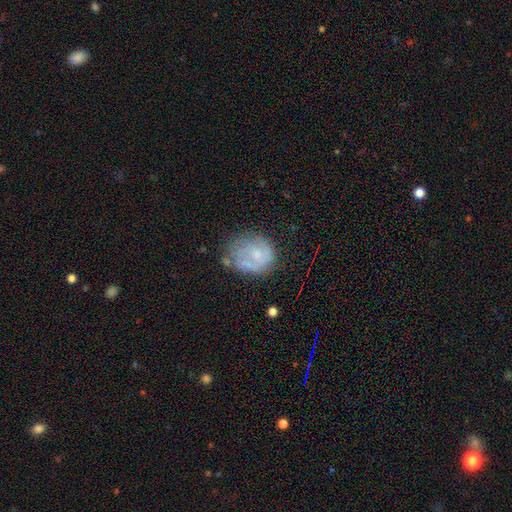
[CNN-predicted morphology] The model was most divided on "spiral arms": no: 52%, yes: 48%. Remaining: edge-on disk — no (98%); bar — no (72%); smooth or featured — featured or disk (52%); merging — none (47%); bulge size — small (46%).